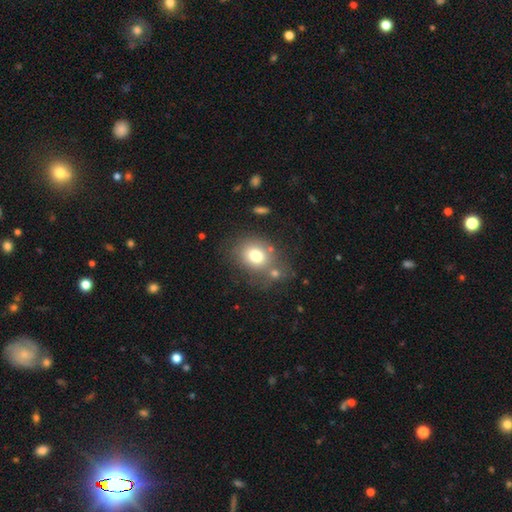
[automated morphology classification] This appears to be a smooth galaxy with no disk features (76%) that is round (55%). Merging: none (58%).